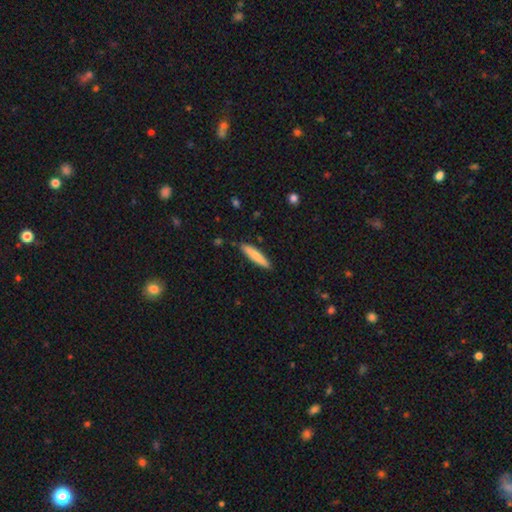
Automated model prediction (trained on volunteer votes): Smooth or featured? Predicted: smooth (p=0.78). How rounded? Predicted: cigar-shaped (p=0.86). Merging? Predicted: none (p=0.88).